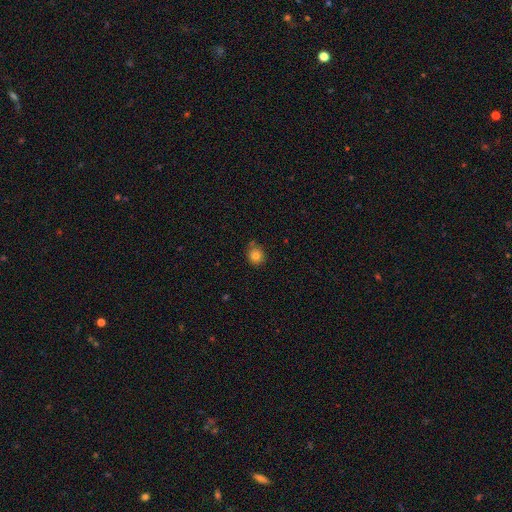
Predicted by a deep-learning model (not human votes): This appears to be a smooth galaxy with no disk features (81%) that is round (85%). Merging: none (77%).